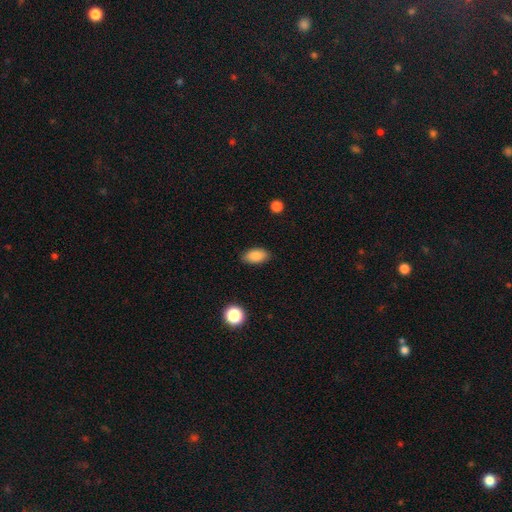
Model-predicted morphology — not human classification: smooth-or-featured: smooth: 86% | star or artifact: 8% | featured or disk: 6%
  how-rounded: in between: 92% | round: 5% | cigar-shaped: 3%
  merging: none: 86% | minor disturbance: 10% | major disturbance: 2% | merger: 1%